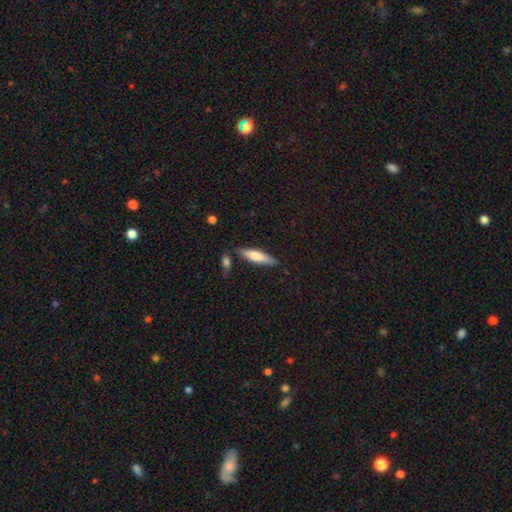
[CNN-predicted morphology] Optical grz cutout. It shows a smooth galaxy with no disk features (68%) that is cigar-shaped (72%). Merging: none (80%).